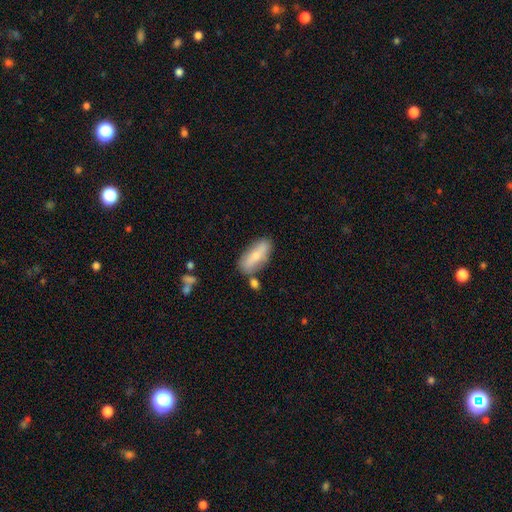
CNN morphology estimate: Smooth or featured?
  - smooth: 64% *
  - featured or disk: 29%
  - star or artifact: 6%
How rounded?
  - in between: 68% *
  - cigar-shaped: 29%
  - round: 3%
Merging?
  - none: 74% *
  - minor disturbance: 15%
  - merger: 8%
  - major disturbance: 4%